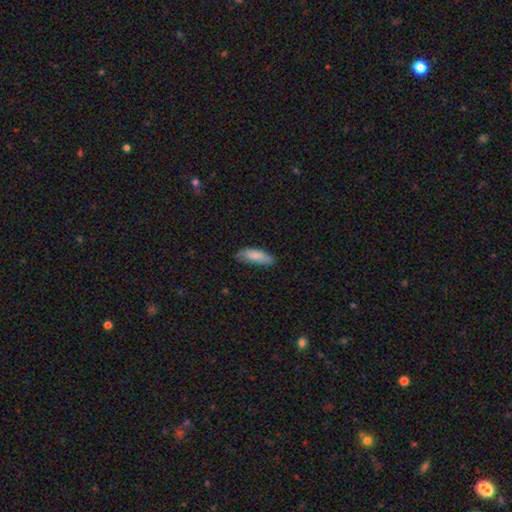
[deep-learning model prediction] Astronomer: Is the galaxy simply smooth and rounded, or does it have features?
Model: smooth — 80%.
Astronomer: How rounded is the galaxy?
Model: in between — 60% (runner-up: cigar-shaped, 39%).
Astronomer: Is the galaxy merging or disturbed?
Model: none — 68%.